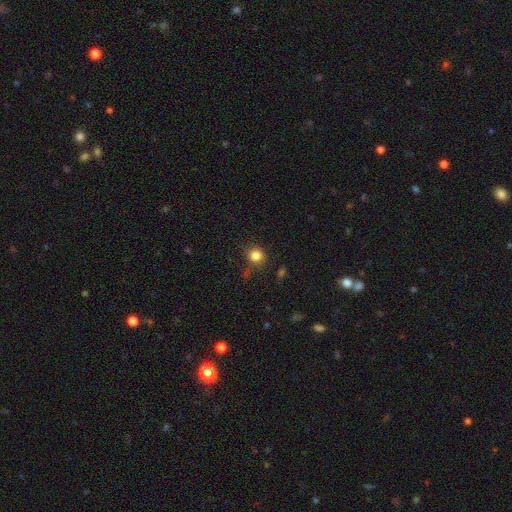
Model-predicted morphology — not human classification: type=smooth (82%); roundness=round (86%); merging=none (75%).